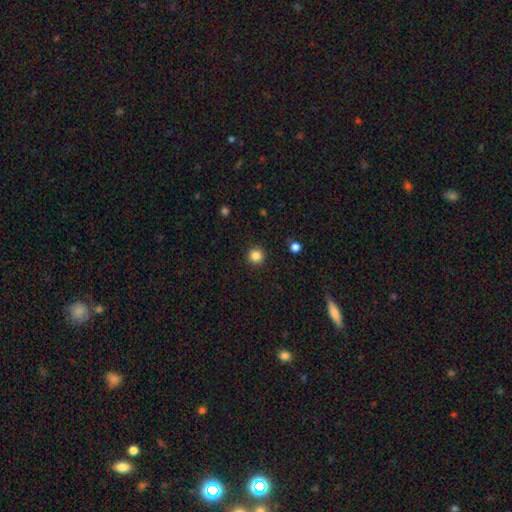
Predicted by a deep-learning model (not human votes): The model was most divided on "smooth or featured": smooth: 85%, star or artifact: 11%, featured or disk: 3%. More confident: how rounded — round (96%); merging — none (93%).